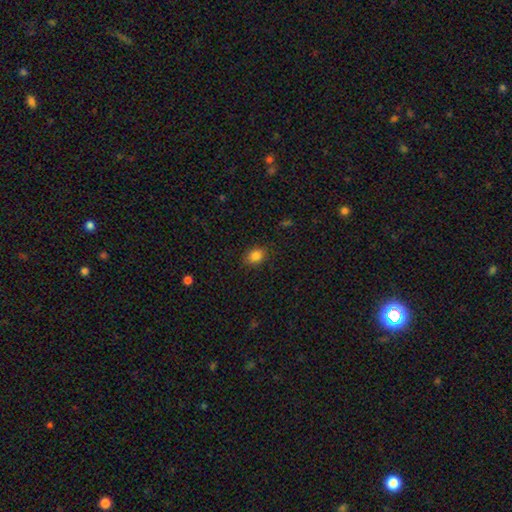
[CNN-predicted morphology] type=smooth (84%); roundness=in between (62%); merging=none (85%).